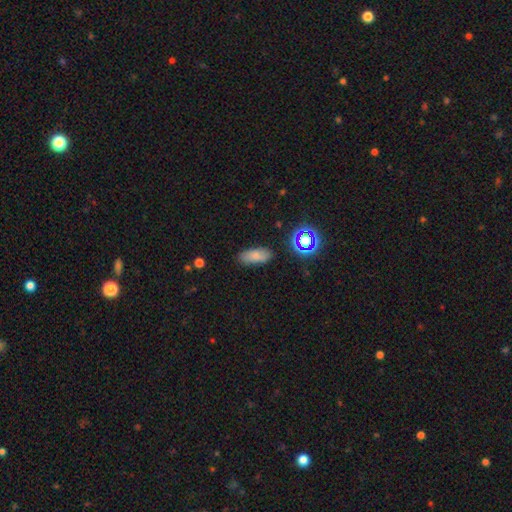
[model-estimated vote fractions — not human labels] Smooth or featured? Predicted: smooth (p=0.75). How rounded? Predicted: in between (p=0.81). Merging? Predicted: none (p=0.81).